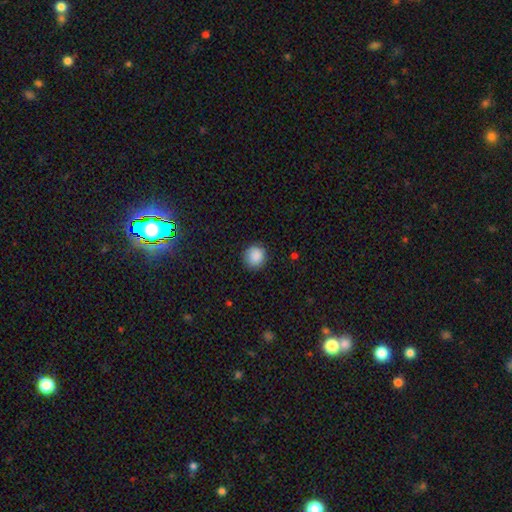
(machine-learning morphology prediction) smooth 88%, star or artifact 9%, featured or disk 3%. Down the decision tree: how rounded — round (90%); merging — none (87%).